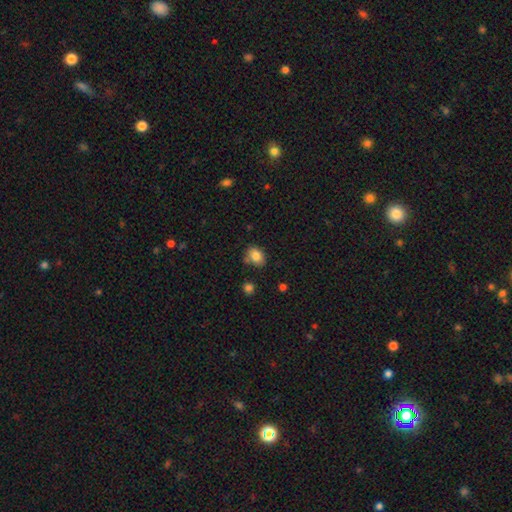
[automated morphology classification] type=smooth (82%); roundness=in between (67%); merging=none (68%).